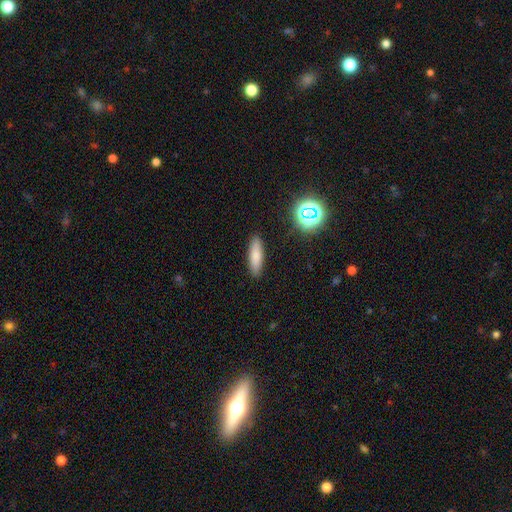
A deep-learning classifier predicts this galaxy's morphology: A smooth galaxy with no disk features (79%) that is cigar-shaped (56%). Merging: none (89%).